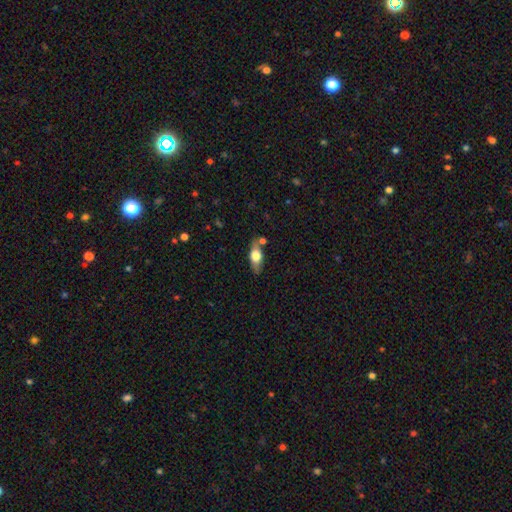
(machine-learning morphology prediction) A smooth galaxy with no disk features (61%) that is in between round and cigar-shaped (77%). Merging: none (69%).